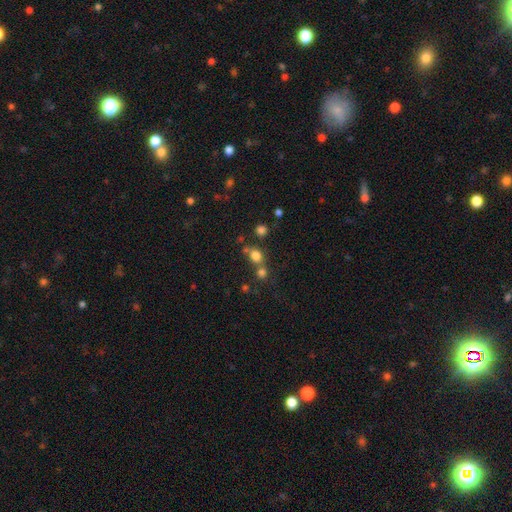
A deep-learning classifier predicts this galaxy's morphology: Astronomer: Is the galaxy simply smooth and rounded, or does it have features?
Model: smooth — 76%.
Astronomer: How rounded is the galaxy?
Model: round — 72%.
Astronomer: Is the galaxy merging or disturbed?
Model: none — 55% (runner-up: merger, 32%).